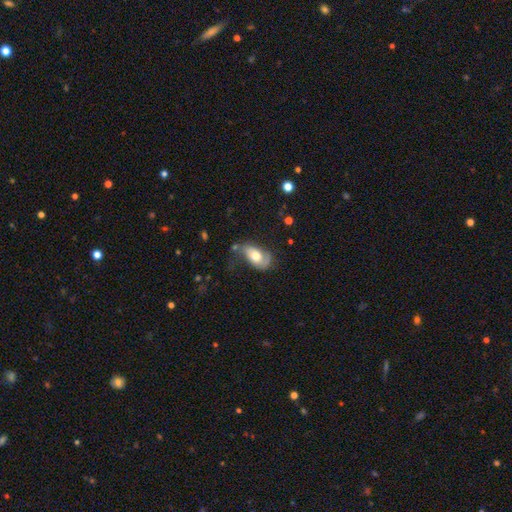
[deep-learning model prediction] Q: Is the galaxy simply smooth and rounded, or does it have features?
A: smooth — 52%.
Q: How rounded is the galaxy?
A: in between — 89%.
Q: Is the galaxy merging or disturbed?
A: none — 40%.